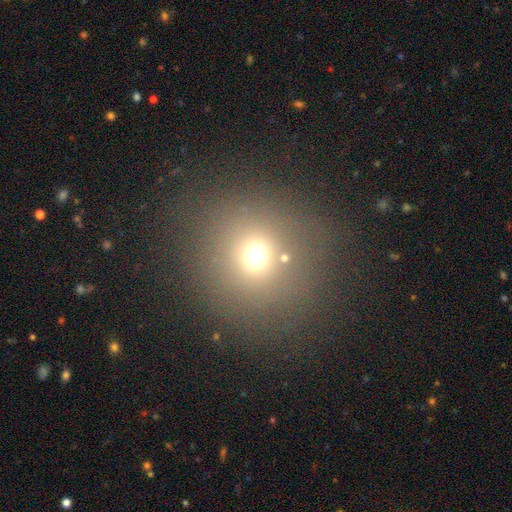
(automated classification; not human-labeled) This is likely a smooth galaxy (66%). How rounded: clearly round (91%). Merging: clearly none (80%).